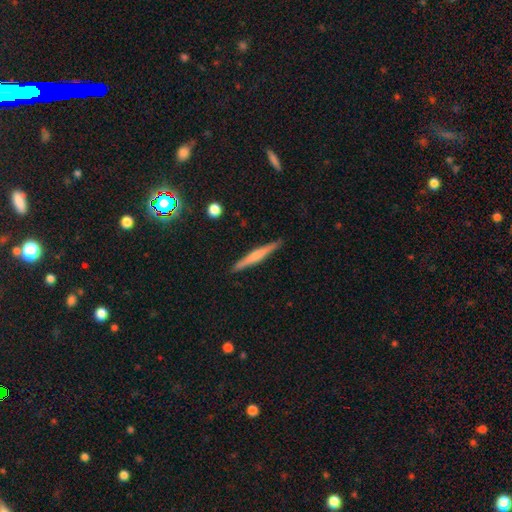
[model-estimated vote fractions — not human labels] This appears to be a featured or disk galaxy (52%) viewed edge-on (98%) with a rounded central bulge (49%). Merging: none (91%).